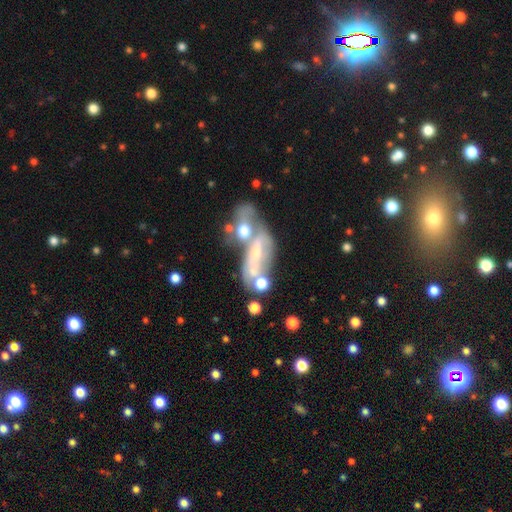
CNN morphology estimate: Overall: featured or disk (58%; smooth 29%). Edge-on disk: no (84%). Merging: merger (47%; none 21%).